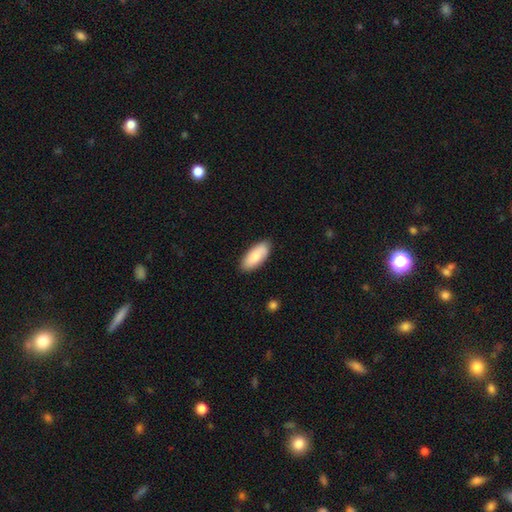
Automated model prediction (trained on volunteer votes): Overall: smooth (84%). How rounded: in between (85%). Merging: none (87%).